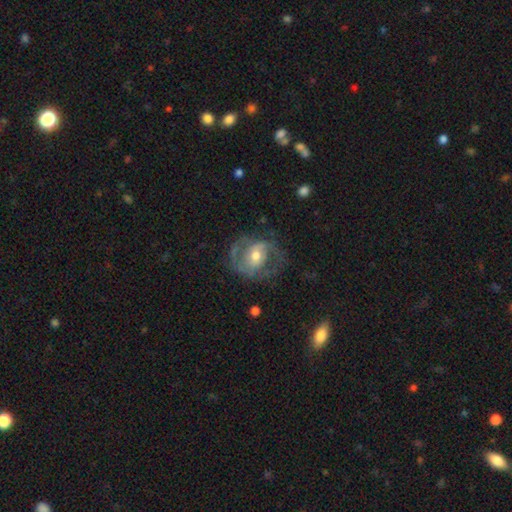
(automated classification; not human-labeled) A featured or disk galaxy (72%) with no bar (48%), 2 (68%) medium (48%) spiral arms (78%) and a moderate central bulge (68%). Merging: none (57%).